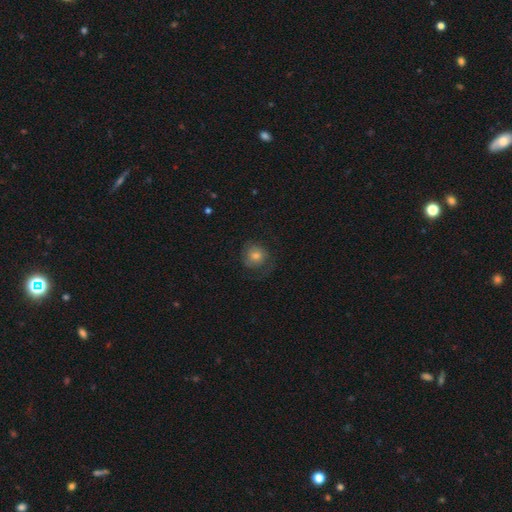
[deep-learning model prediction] A smooth galaxy with no disk features (56%) that is round (86%).

Vote fractions:
- Smooth or featured? smooth: 56% / featured or disk: 32% / star or artifact: 11%
- How rounded? round: 86% / in between: 13% / cigar-shaped: 1%
- Merging? none: 63% / minor disturbance: 19% / major disturbance: 17% / merger: 1%